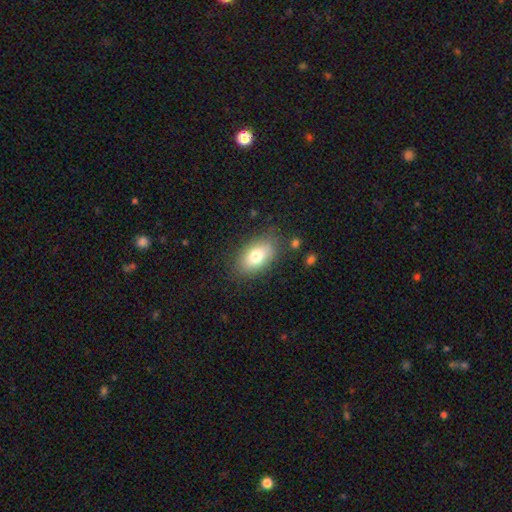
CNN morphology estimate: This is likely a smooth galaxy (74%). How rounded: clearly in between (88%). Merging: clearly none (81%).